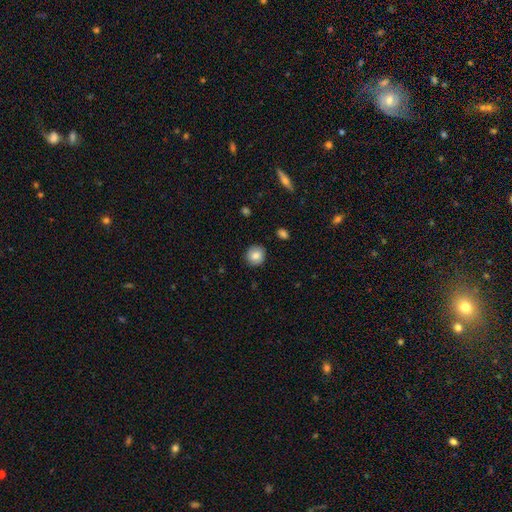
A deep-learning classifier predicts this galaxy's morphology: Q: Smooth or featured?
A: smooth (82%); runner-up: featured or disk (10%)
Q: How rounded?
A: round (89%); runner-up: in between (10%)
Q: Merging?
A: none (89%); runner-up: minor disturbance (8%)